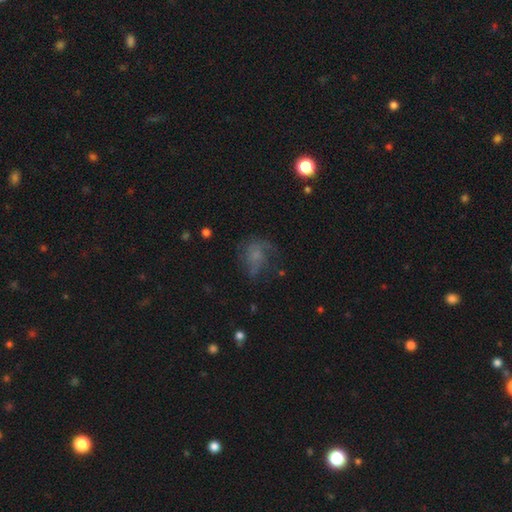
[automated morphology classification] type=featured or disk (43%); merging=none (42%).